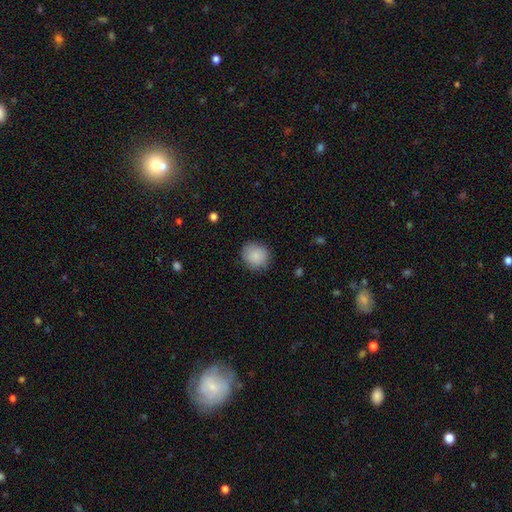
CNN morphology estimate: This is clearly a smooth galaxy (87%). How rounded: clearly round (80%). Merging: clearly none (85%).